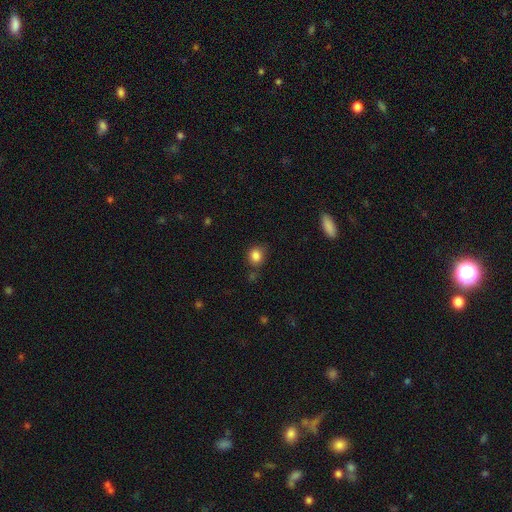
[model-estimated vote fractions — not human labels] A smooth galaxy with no disk features (85%) that is round (73%).

Vote fractions:
- Smooth or featured? smooth: 85% / star or artifact: 10% / featured or disk: 5%
- How rounded? round: 73% / in between: 26% / cigar-shaped: 1%
- Merging? none: 73% / minor disturbance: 17% / merger: 5% / major disturbance: 5%